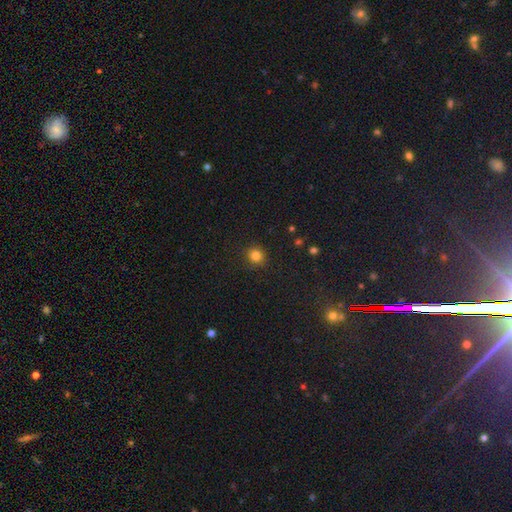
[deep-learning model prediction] Morphology: type=smooth (82%); roundness=round (89%); merging=none (90%).